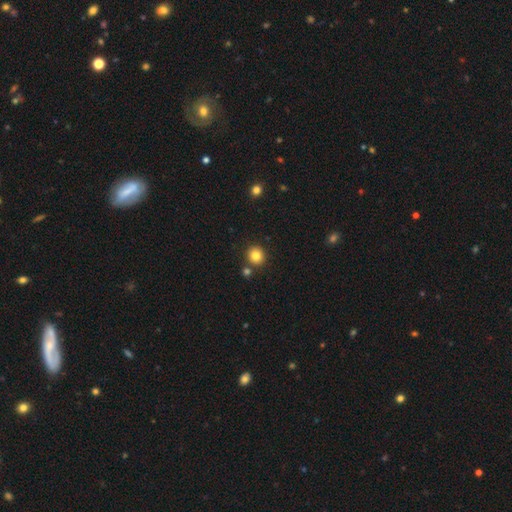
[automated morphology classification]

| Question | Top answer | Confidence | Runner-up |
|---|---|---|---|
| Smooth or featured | smooth | 83% | star or artifact (11%) |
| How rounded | round | 88% | in between (11%) |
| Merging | none | 83% | merger (8%) |